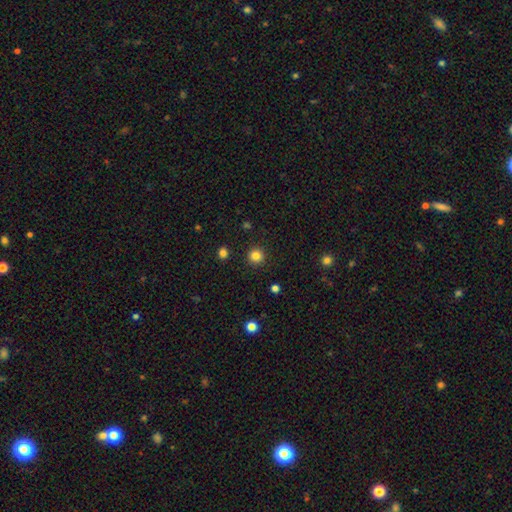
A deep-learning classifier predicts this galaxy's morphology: Q: Smooth or featured?
A: smooth (83%); runner-up: star or artifact (13%)
Q: How rounded?
A: round (95%); runner-up: in between (4%)
Q: Merging?
A: none (92%); runner-up: minor disturbance (5%)